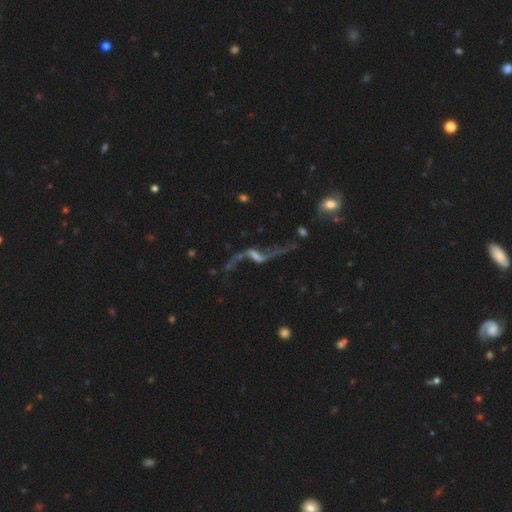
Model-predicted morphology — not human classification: Q: Smooth or featured?
A: featured or disk (84%); runner-up: star or artifact (9%)
Q: Edge-on disk?
A: no (93%); runner-up: yes (7%)
Q: Bar?
A: weak (41%); runner-up: strong (33%)
Q: Spiral arms?
A: yes (91%); runner-up: no (9%)
Q: Spiral winding?
A: loose (96%); runner-up: medium (3%)
Q: Spiral arm count?
A: 2 (92%); runner-up: 1 (3%)
Q: Bulge size?
A: none (45%); runner-up: small (28%)
Q: Merging?
A: none (54%); runner-up: major disturbance (21%)